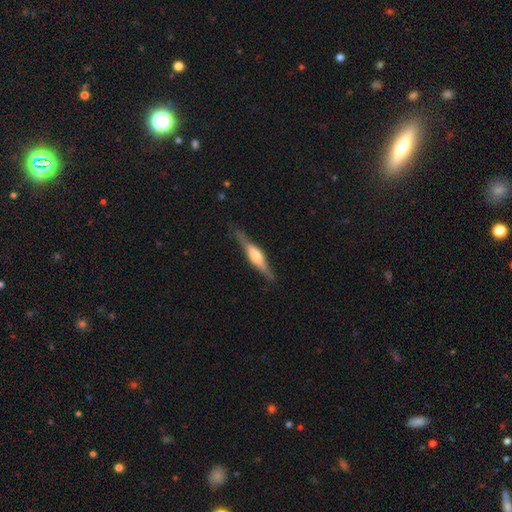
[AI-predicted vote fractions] featured or disk 67%, smooth 28%, star or artifact 5%. Down the decision tree: edge-on disk — yes (96%); edge-on bulge — rounded (67%); merging — none (82%).